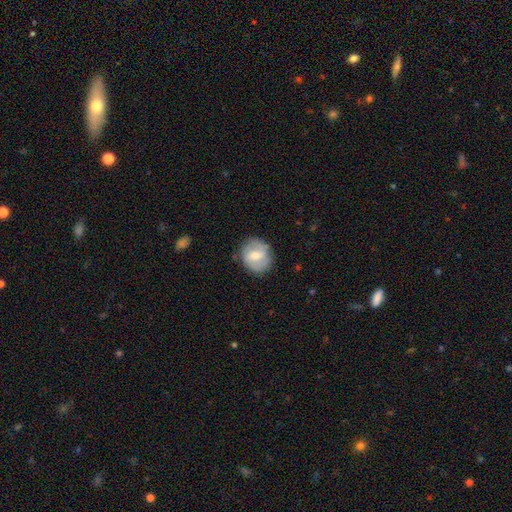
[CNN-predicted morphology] The model was most divided on "smooth or featured": featured or disk: 51%, smooth: 43%, star or artifact: 6%. More confident: edge-on disk — no (97%); merging — none (80%).